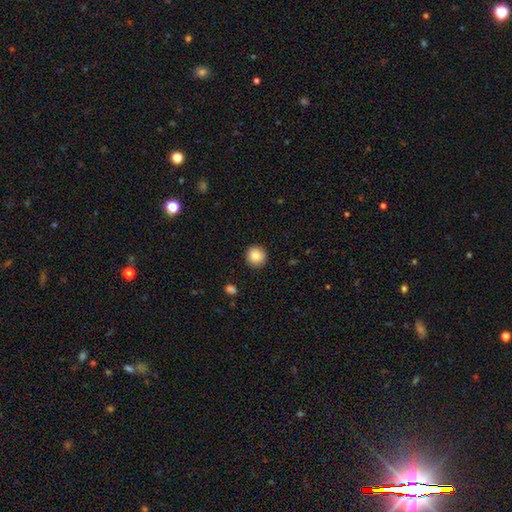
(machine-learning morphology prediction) Overall: smooth (85%). How rounded: round (93%). Merging: none (91%).